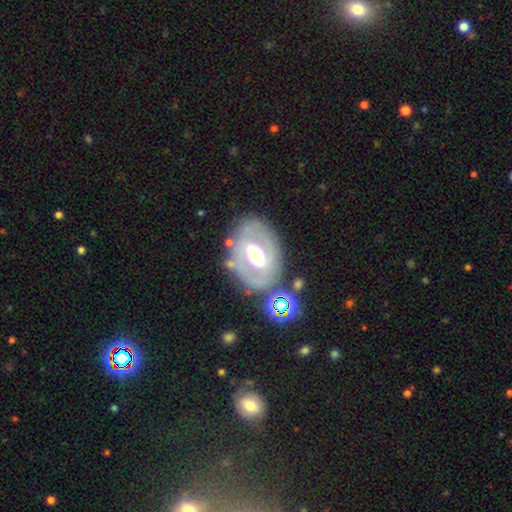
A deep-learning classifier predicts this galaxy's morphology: Smooth or featured: featured or disk — 66% (smooth — 26%)
Edge-on disk: no — 94% (yes — 6%)
Bar: weak — 40% (strong — 31%)
Spiral arms: no — 59% (yes — 41%)
Bulge size: moderate — 62% (large — 27%)
Merging: none — 69% (minor disturbance — 16%)